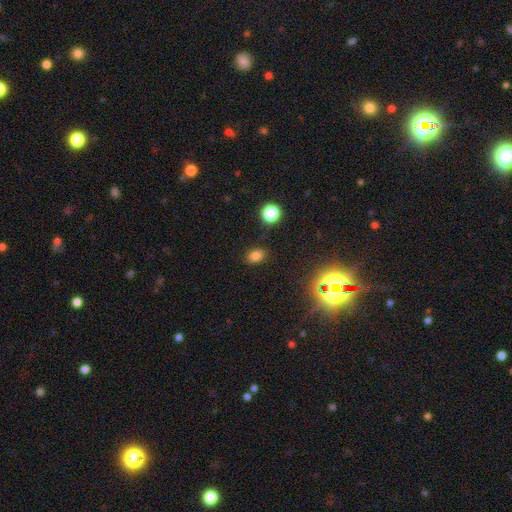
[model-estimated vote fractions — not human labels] The model was most divided on "how rounded": in between: 77%, round: 22%, cigar-shaped: 2%. More confident: merging — none (85%); smooth or featured — smooth (76%).